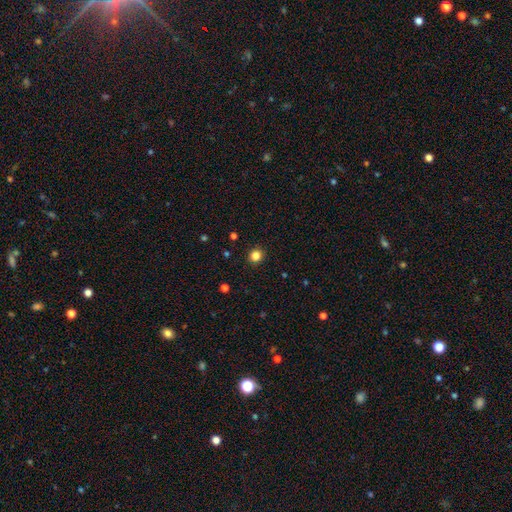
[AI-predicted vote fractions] Q: Smooth or featured?
A: smooth (84%); runner-up: star or artifact (13%)
Q: How rounded?
A: round (88%); runner-up: in between (11%)
Q: Merging?
A: none (91%); runner-up: minor disturbance (6%)